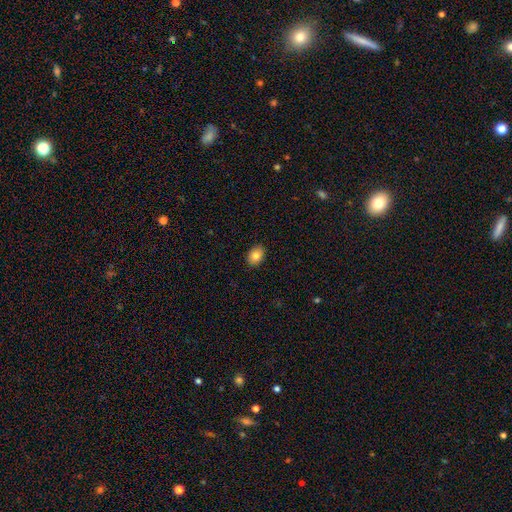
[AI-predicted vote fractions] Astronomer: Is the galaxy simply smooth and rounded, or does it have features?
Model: smooth — 83%.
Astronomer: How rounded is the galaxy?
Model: in between — 69%.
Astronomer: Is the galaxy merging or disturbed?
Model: none — 91%.